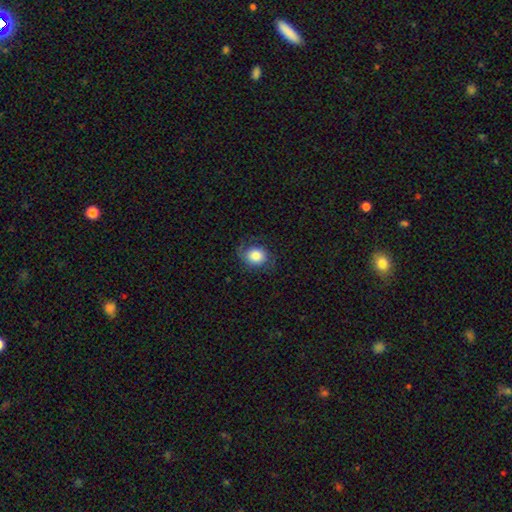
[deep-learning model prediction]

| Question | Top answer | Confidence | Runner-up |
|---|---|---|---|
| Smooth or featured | smooth | 59% | featured or disk (32%) |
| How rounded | round | 66% | in between (33%) |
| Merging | none | 69% | minor disturbance (19%) |